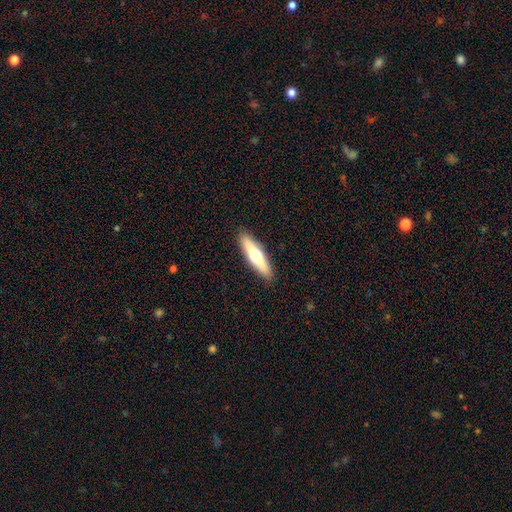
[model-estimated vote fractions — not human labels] This appears to be a featured or disk galaxy (47%, tied with smooth). Merging: none (90%).